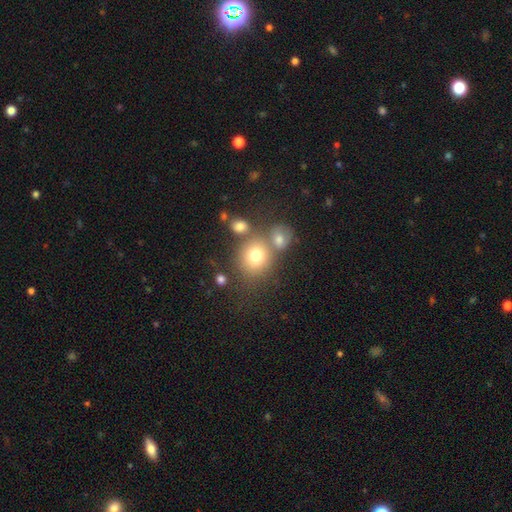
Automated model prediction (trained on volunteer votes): The model was most divided on "merging": none: 56%, merger: 27%, minor disturbance: 11%, major disturbance: 5%. More confident: how rounded — round (78%); smooth or featured — smooth (76%).